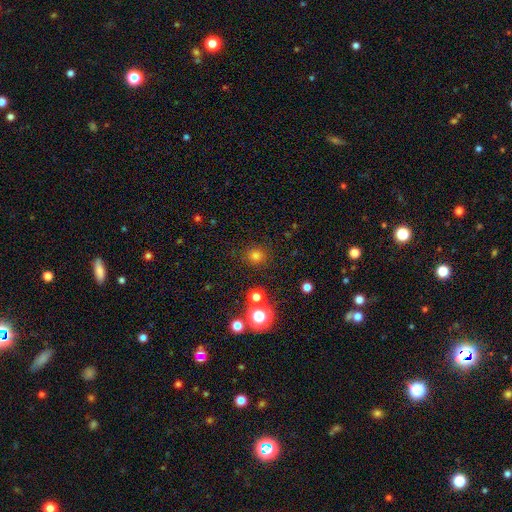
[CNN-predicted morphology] A smooth galaxy with no disk features (74%) that is round (89%).

Vote fractions:
- Smooth or featured? smooth: 74% / star or artifact: 21% / featured or disk: 5%
- How rounded? round: 89% / in between: 10% / cigar-shaped: 1%
- Merging? none: 84% / minor disturbance: 9% / merger: 4% / major disturbance: 3%